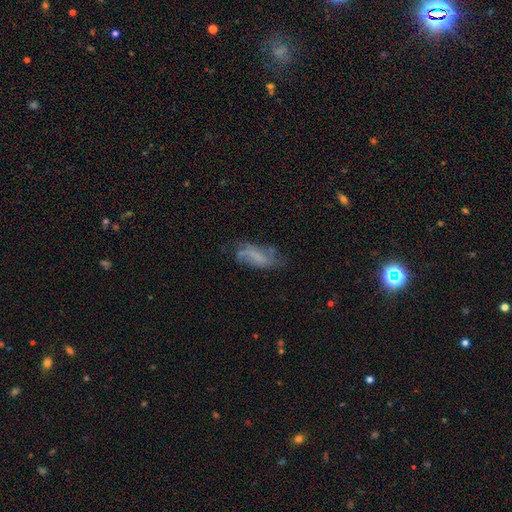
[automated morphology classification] Smooth or featured? smooth (45%)
Merging? none (50%)